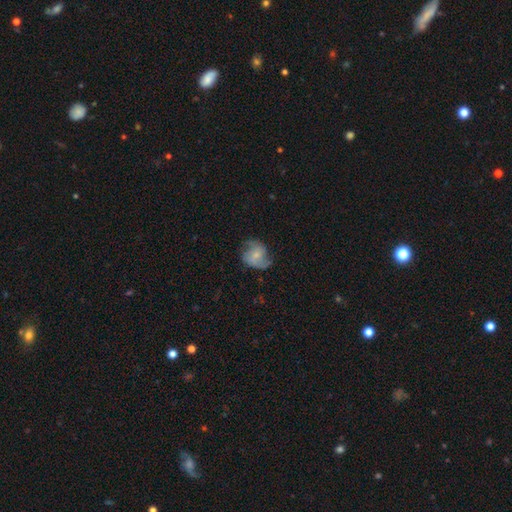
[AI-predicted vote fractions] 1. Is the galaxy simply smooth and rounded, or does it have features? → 56% featured or disk, 36% smooth, 8% star or artifact.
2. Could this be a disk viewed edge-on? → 97% no, 3% yes.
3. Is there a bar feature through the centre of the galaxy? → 65% no, 29% weak, 6% strong.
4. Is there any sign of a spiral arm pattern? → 86% yes, 14% no.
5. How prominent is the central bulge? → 59% small, 28% moderate, 9% none, 2% large, 1% dominant.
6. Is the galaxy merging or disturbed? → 59% none, 26% minor disturbance, 14% major disturbance, 1% merger.